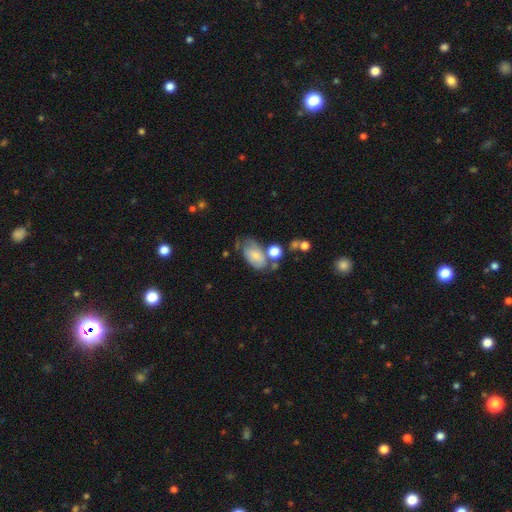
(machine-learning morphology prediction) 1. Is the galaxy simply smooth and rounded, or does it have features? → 66% smooth, 25% featured or disk, 8% star or artifact.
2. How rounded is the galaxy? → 90% in between, 7% round, 2% cigar-shaped.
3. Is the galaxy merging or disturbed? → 38% none, 27% minor disturbance, 18% merger, 17% major disturbance.